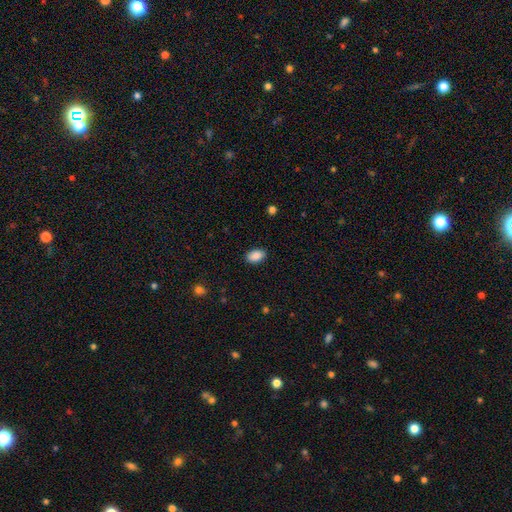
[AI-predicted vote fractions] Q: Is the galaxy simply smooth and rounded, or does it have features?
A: smooth — 90%.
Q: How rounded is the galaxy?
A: in between — 90%.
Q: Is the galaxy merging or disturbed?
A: none — 88%.